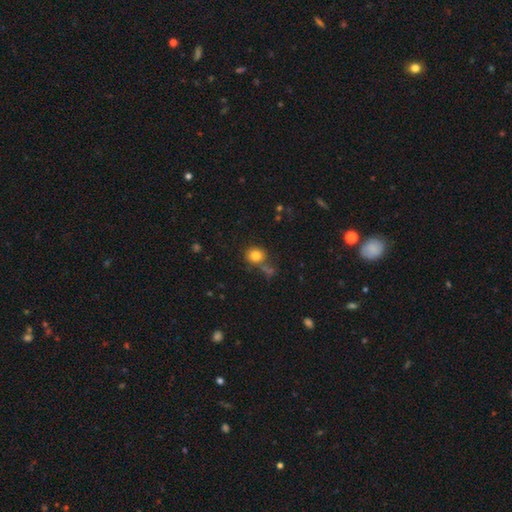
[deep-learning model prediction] This appears to be a smooth galaxy with no disk features (81%) that is round (84%). Merging: none (67%).